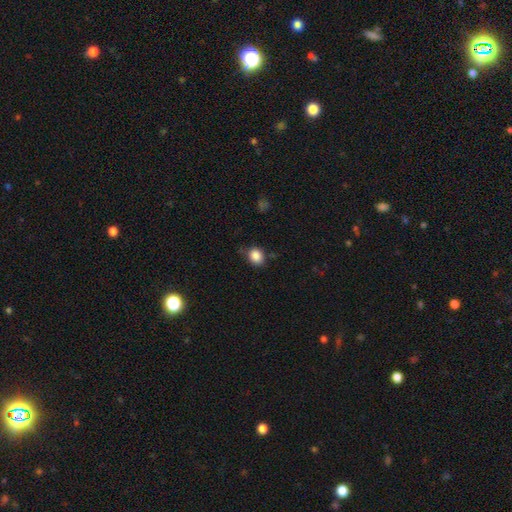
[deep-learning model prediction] Smooth or featured? smooth (87%)
How rounded? round (57%)
Merging? none (74%)